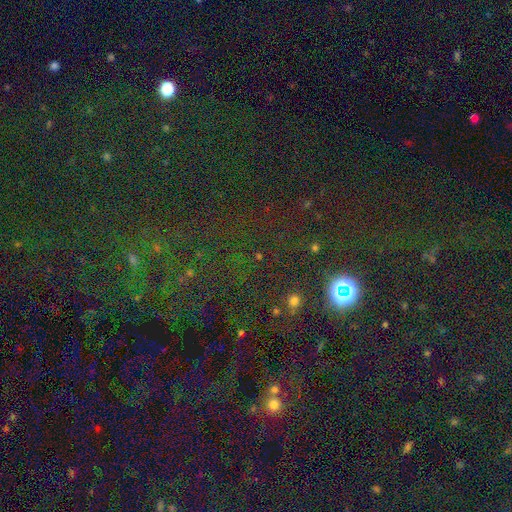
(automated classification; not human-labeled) Smooth or featured? Predicted: star or artifact (p=0.80).